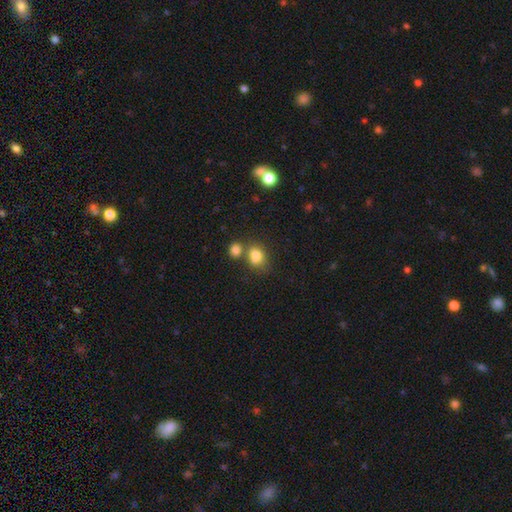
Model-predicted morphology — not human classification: Smooth or featured: smooth — 81% (star or artifact — 11%)
How rounded: round — 53% (in between — 46%)
Merging: none — 50% (merger — 32%)